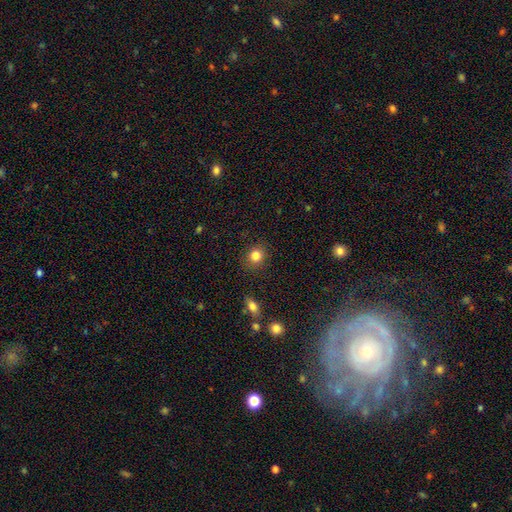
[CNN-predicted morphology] Smooth or featured: smooth — 83% (star or artifact — 11%)
How rounded: round — 79% (in between — 20%)
Merging: none — 87% (minor disturbance — 8%)